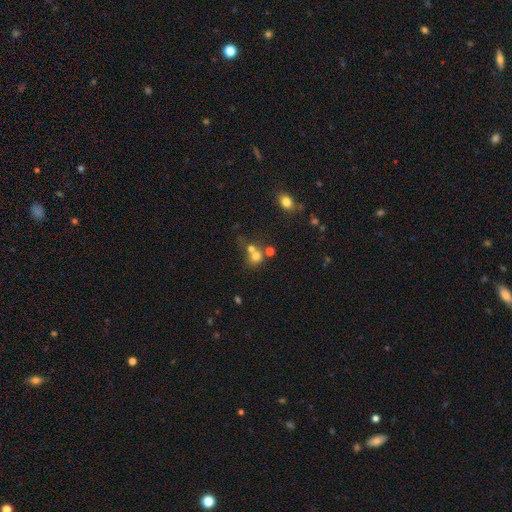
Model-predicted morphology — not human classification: The model was most divided on "merging": merger: 46%, none: 40%, minor disturbance: 8%, major disturbance: 6%. More confident: how rounded — round (79%); smooth or featured — smooth (67%).